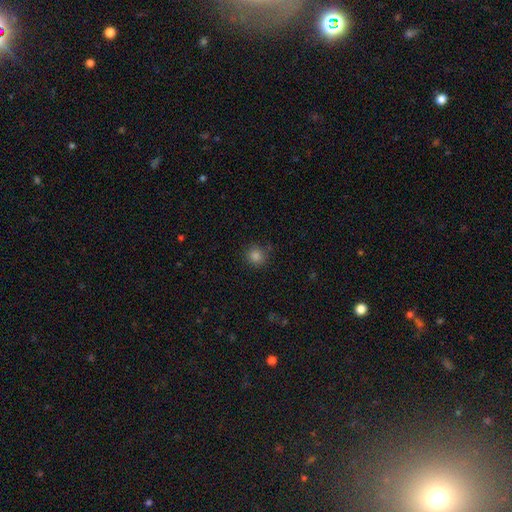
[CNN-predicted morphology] smooth 82%, star or artifact 14%, featured or disk 4%. Down the decision tree: how rounded — round (91%); merging — none (86%).